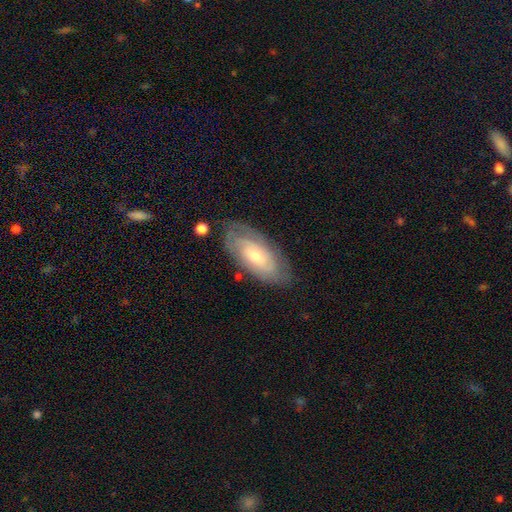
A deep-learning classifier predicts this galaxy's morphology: Smooth or featured: featured or disk — 61% (smooth — 32%)
Edge-on disk: no — 89% (yes — 11%)
Bar: no — 70% (weak — 25%)
Spiral arms: yes — 80% (no — 20%)
Bulge size: moderate — 46% (tied with small — 46%)
Merging: none — 75% (minor disturbance — 18%)